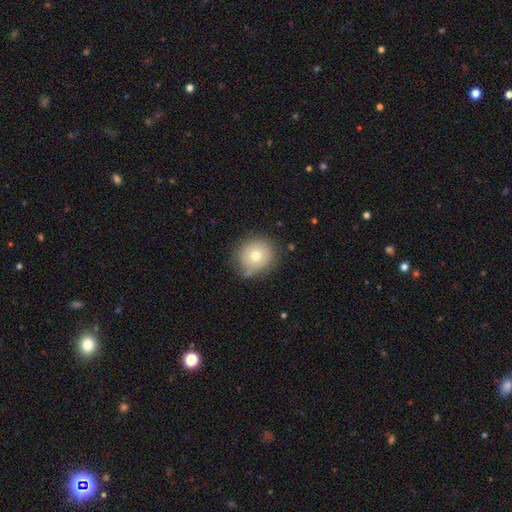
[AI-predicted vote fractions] The model was most divided on "smooth or featured": smooth: 70%, featured or disk: 19%, star or artifact: 11%. More confident: how rounded — round (87%); merging — none (72%).